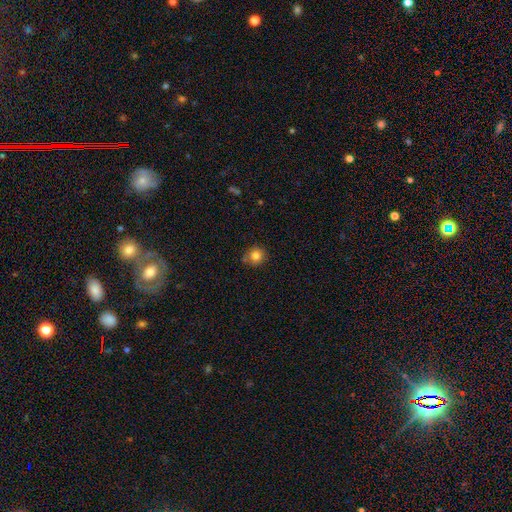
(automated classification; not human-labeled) Smooth or featured?
  - smooth: 82% *
  - star or artifact: 11%
  - featured or disk: 7%
How rounded?
  - round: 89% *
  - in between: 10%
  - cigar-shaped: 1%
Merging?
  - none: 77% *
  - minor disturbance: 14%
  - merger: 6%
  - major disturbance: 3%